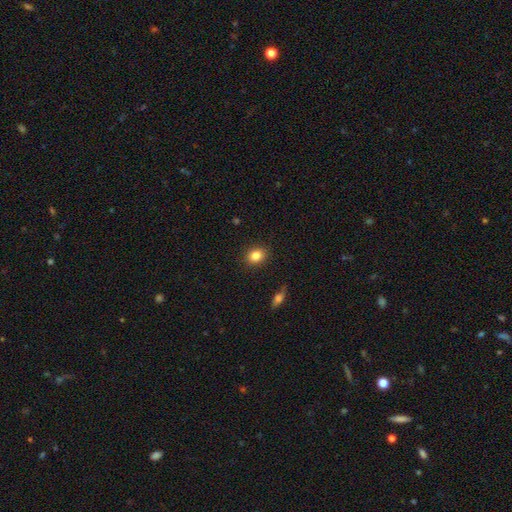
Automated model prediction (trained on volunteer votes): Smooth or featured? Predicted: smooth (p=0.84). How rounded? Predicted: round (p=0.57). Merging? Predicted: none (p=0.89).